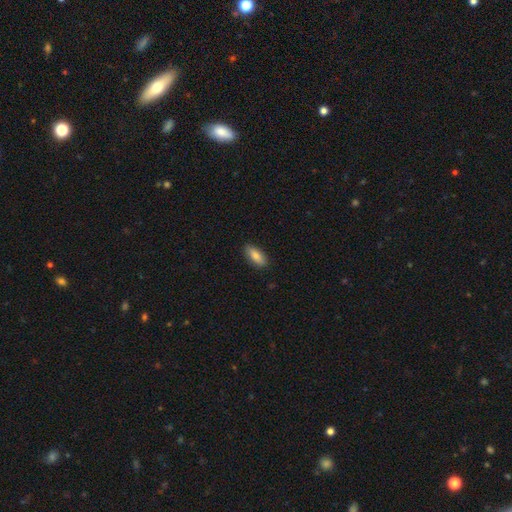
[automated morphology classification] smooth 84%, featured or disk 10%, star or artifact 6%. Down the decision tree: how rounded — in between (86%); merging — none (86%).